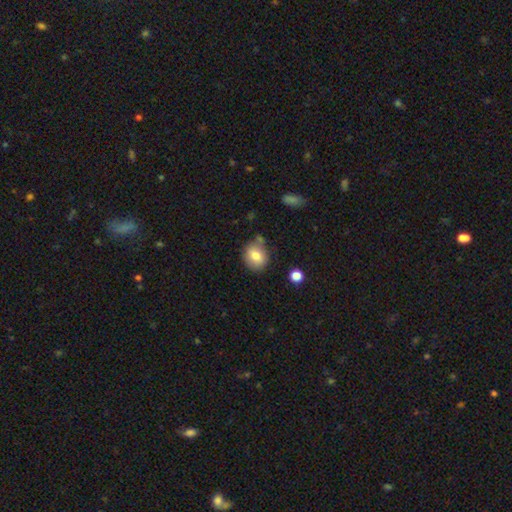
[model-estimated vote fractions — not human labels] Overall: smooth (79%). How rounded: round (62%; in between 37%). Merging: none (73%).